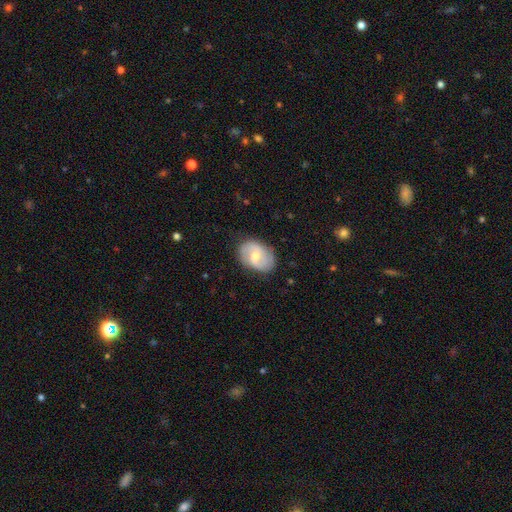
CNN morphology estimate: featured or disk 61%, smooth 33%, star or artifact 6%. Down the decision tree: edge-on disk — no (96%); bar — weak (49%); spiral arms — yes (83%); bulge size — moderate (53%); merging — none (79%).